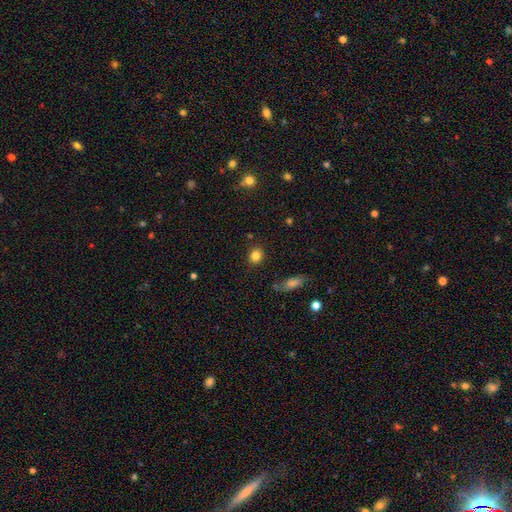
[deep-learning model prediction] smooth-or-featured: smooth: 83% | star or artifact: 11% | featured or disk: 6%
  how-rounded: round: 74% | in between: 25% | cigar-shaped: 1%
  merging: none: 87% | minor disturbance: 8% | major disturbance: 2% | merger: 2%